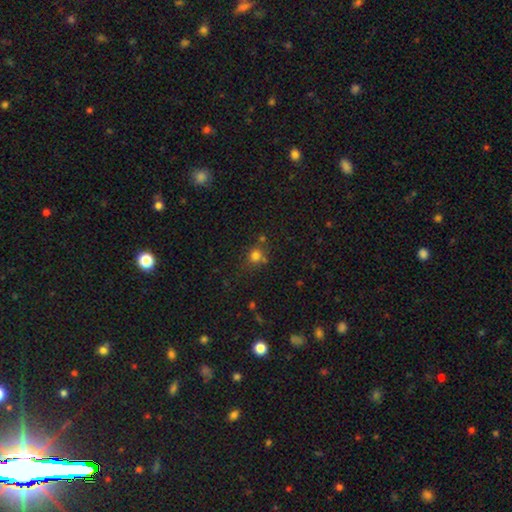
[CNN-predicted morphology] This is likely a smooth galaxy (74%). How rounded: clearly round (81%). Merging: likely none (65%).